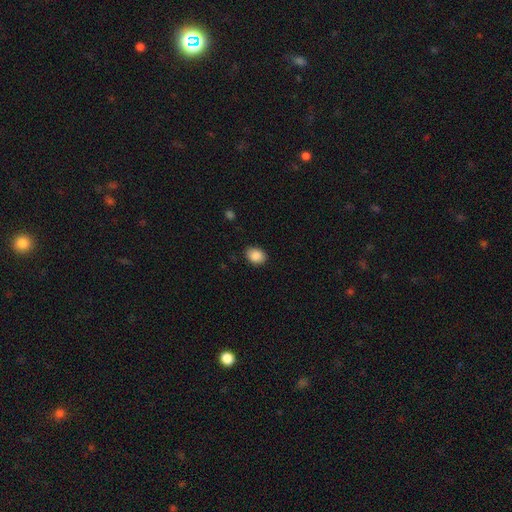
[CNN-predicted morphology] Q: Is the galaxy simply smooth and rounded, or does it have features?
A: smooth — 89%.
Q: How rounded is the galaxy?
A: in between — 67%.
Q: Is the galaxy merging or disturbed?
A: none — 86%.